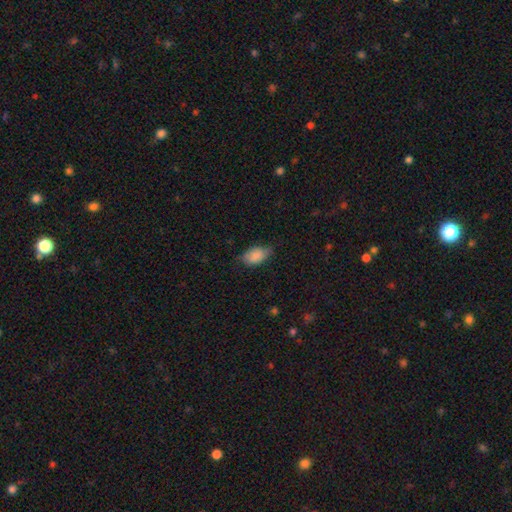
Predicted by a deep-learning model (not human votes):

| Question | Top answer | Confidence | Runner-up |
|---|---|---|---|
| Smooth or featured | smooth | 85% | featured or disk (9%) |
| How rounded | in between | 91% | round (7%) |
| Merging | none | 62% | minor disturbance (31%) |